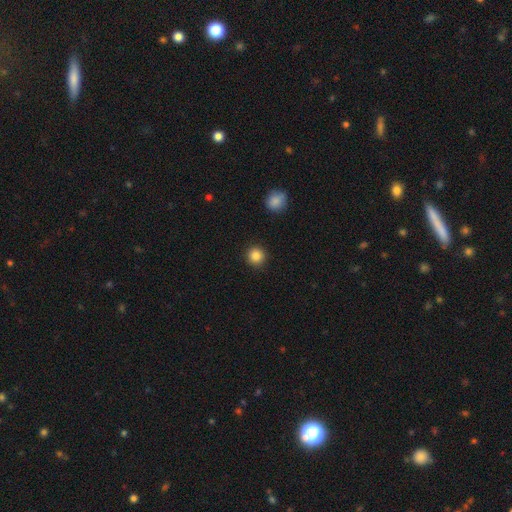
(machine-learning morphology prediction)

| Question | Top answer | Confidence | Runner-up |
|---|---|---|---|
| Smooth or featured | smooth | 86% | star or artifact (10%) |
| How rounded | round | 95% | in between (4%) |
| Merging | none | 92% | minor disturbance (5%) |